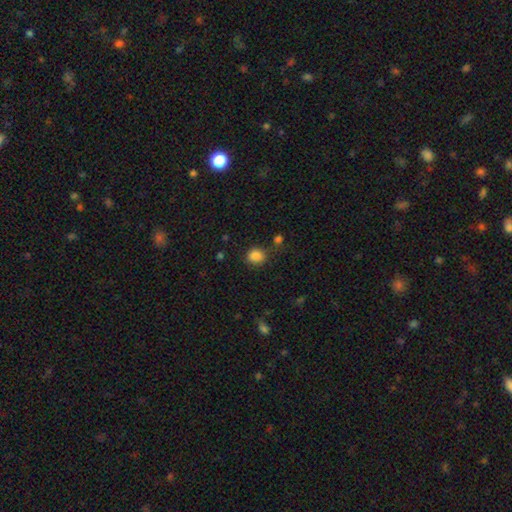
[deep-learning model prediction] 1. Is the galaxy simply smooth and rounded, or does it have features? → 85% smooth, 11% star or artifact, 4% featured or disk.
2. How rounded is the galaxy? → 64% round, 35% in between, 1% cigar-shaped.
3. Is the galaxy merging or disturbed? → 73% none, 16% minor disturbance, 6% major disturbance, 5% merger.